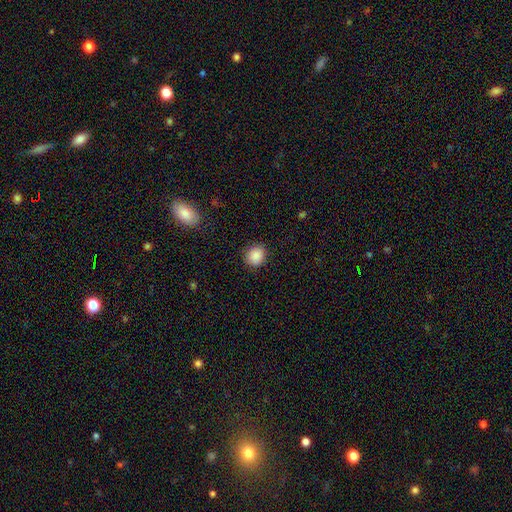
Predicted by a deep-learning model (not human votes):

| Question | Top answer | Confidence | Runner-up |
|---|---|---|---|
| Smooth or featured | smooth | 88% | star or artifact (9%) |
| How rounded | round | 78% | in between (21%) |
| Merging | none | 86% | minor disturbance (10%) |